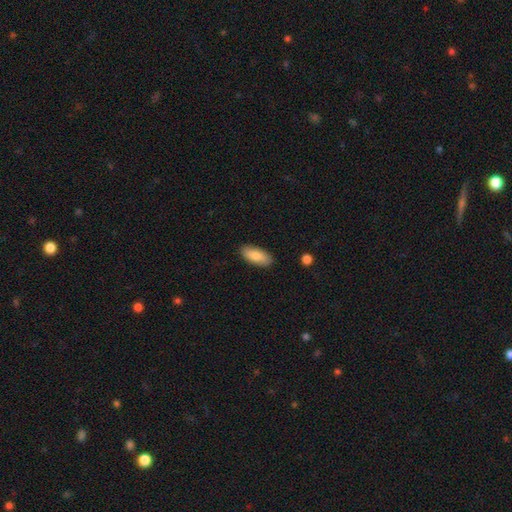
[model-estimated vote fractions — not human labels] The model was most divided on "how rounded": in between: 83%, cigar-shaped: 15%, round: 2%. More confident: merging — none (88%); smooth or featured — smooth (82%).